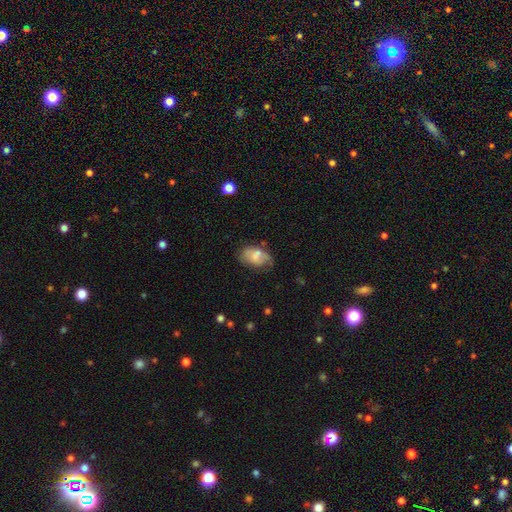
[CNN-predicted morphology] This appears to be a smooth galaxy with no disk features (61%) that is in between round and cigar-shaped (87%). Merging: none (45%).